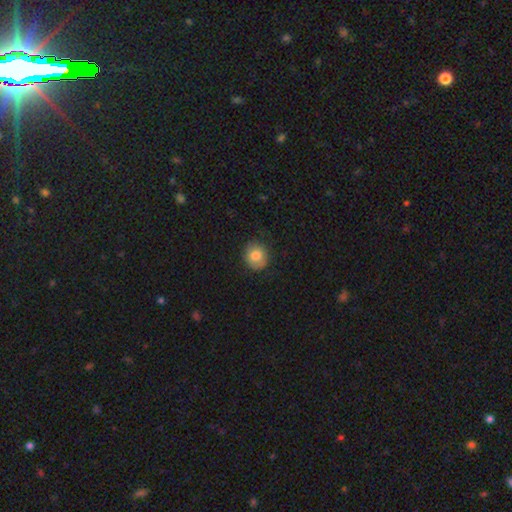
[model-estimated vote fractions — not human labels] A smooth galaxy with no disk features (81%) that is round (85%).

Vote fractions:
- Smooth or featured? smooth: 81% / featured or disk: 10% / star or artifact: 8%
- How rounded? round: 85% / in between: 15% / cigar-shaped: 1%
- Merging? none: 80% / minor disturbance: 15% / major disturbance: 3% / merger: 1%